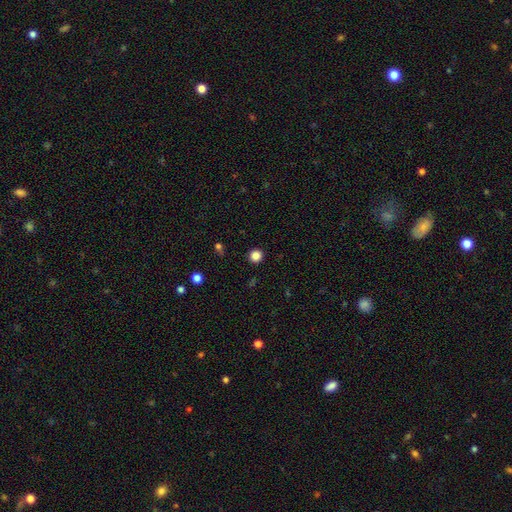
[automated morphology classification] Smooth or featured? smooth (85%)
How rounded? round (93%)
Merging? none (92%)